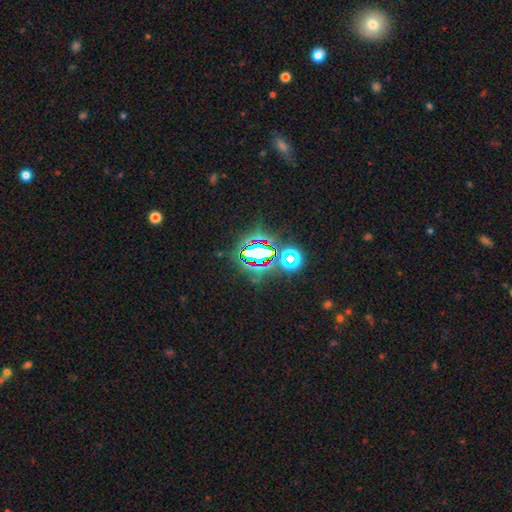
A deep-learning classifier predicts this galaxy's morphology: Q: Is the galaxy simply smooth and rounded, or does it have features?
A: star or artifact — 74%.